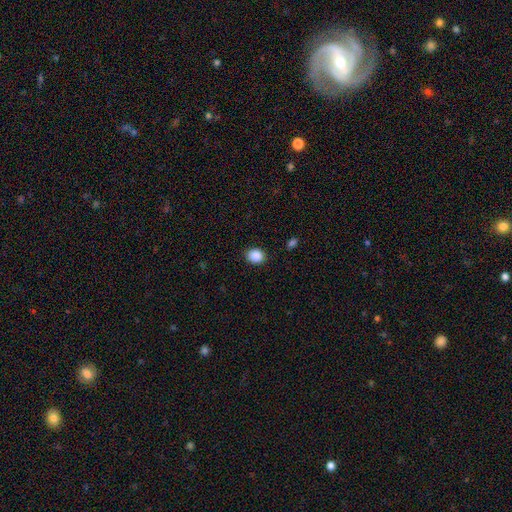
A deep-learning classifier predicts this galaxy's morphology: Smooth or featured: smooth — 88% (star or artifact — 9%)
How rounded: round — 64% (in between — 35%)
Merging: none — 88% (minor disturbance — 8%)